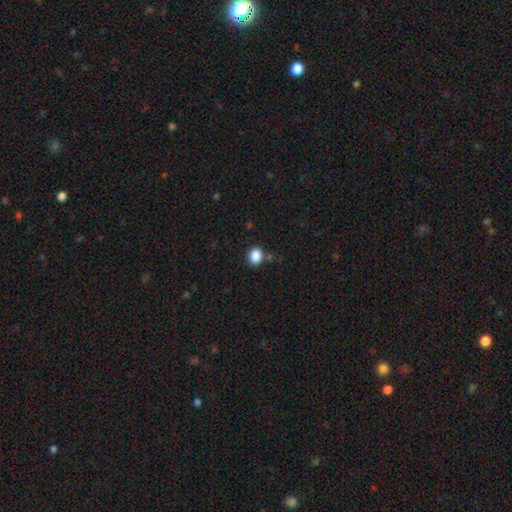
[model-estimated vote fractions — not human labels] smooth 87%, star or artifact 10%, featured or disk 3%. Down the decision tree: how rounded — round (60%); merging — none (81%).